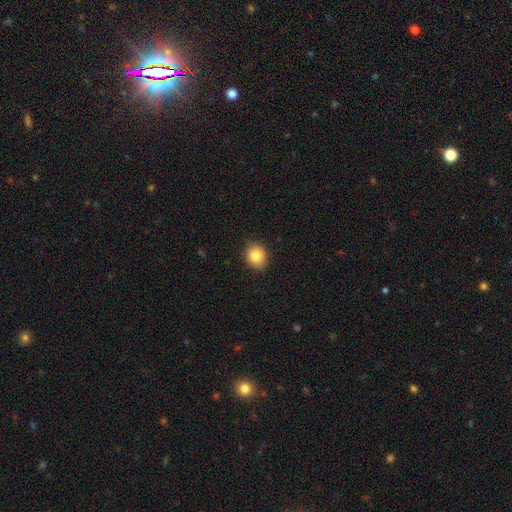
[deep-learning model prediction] Overall: smooth (84%). How rounded: round (73%). Merging: none (87%).